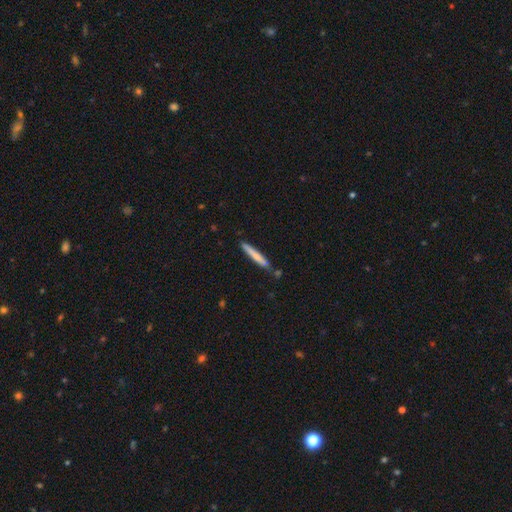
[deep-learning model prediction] Smooth or featured? smooth (68%)
How rounded? cigar-shaped (96%)
Merging? none (79%)